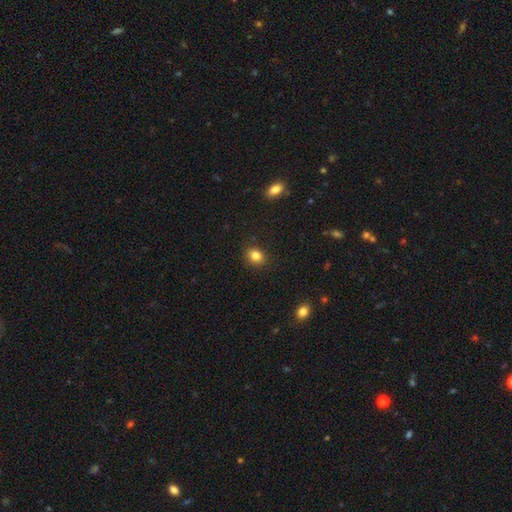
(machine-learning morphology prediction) Smooth or featured? smooth (84%)
How rounded? in between (51%)
Merging? none (87%)